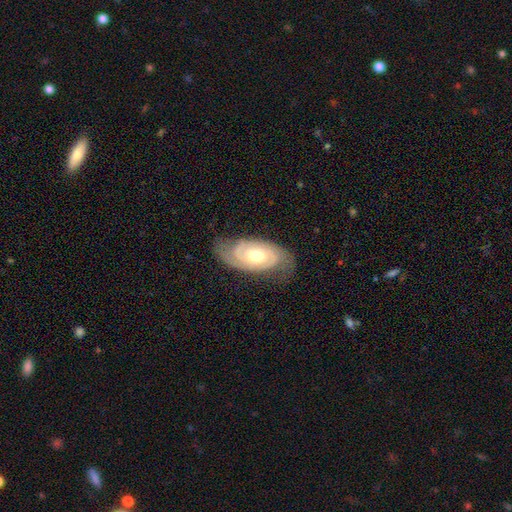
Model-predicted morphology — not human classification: smooth-or-featured: featured or disk: 85% | smooth: 10% | star or artifact: 5%
  disk-edge-on: no: 95% | yes: 5%
    bar: no: 65% | weak: 27% | strong: 7%
    has-spiral-arms: yes: 96% | no: 4%
      spiral-winding: tight: 66% | medium: 28% | loose: 6%
      spiral-arm-count: 2: 80% | can't tell: 10% | 3: 5% | 1: 2% | 4: 1% | more than 4: 1%
    bulge-size: moderate: 68% | small: 25% | large: 5% | none: 1% | dominant: 1%
  merging: none: 75% | minor disturbance: 18% | major disturbance: 6% | merger: 1%